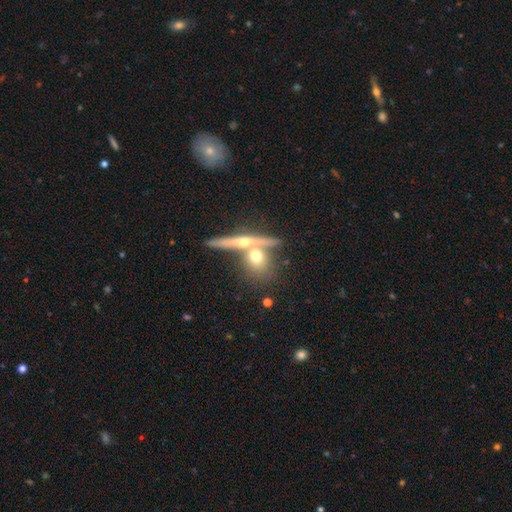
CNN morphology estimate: Overall: smooth (50%; featured or disk 41%). Merging: none (50%; merger 37%).